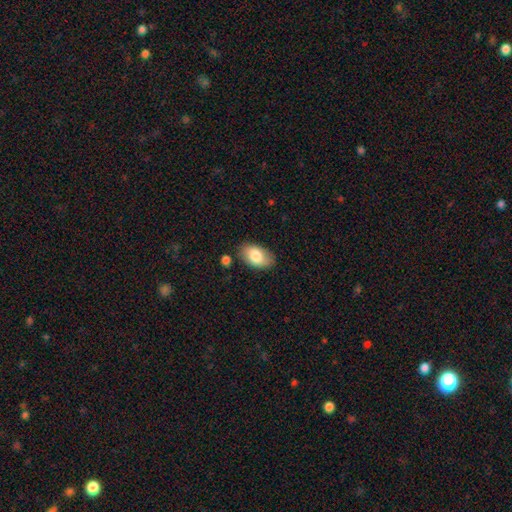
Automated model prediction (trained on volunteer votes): The model was most divided on "merging": none: 80%, minor disturbance: 14%, merger: 3%, major disturbance: 3%. More confident: how rounded — in between (93%); smooth or featured — smooth (82%).